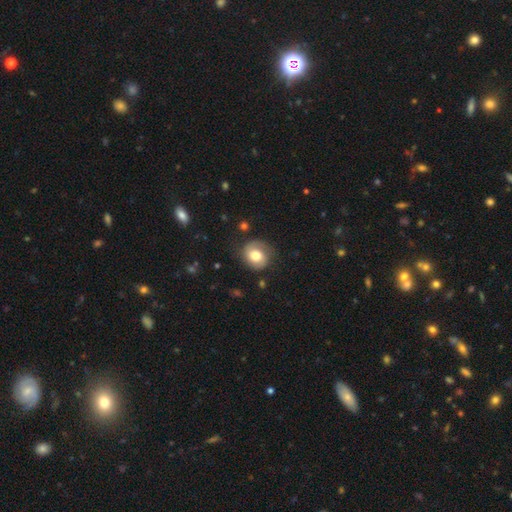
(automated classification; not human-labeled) Smooth or featured? smooth (58%)
How rounded? round (74%)
Merging? none (72%)